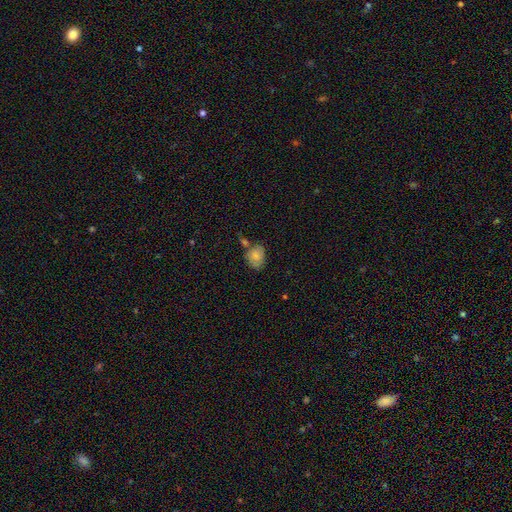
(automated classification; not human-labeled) Smooth or featured? smooth (80%)
How rounded? in between (60%)
Merging? none (52%)